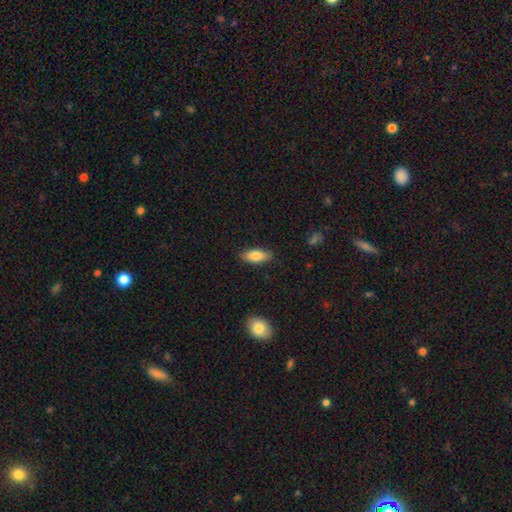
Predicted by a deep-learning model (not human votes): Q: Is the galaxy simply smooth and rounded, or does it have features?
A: smooth — 83%.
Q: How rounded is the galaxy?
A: in between — 81%.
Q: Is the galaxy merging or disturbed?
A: none — 85%.